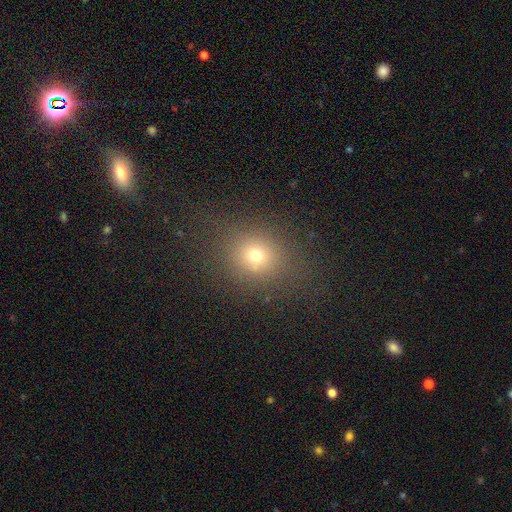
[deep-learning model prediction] A smooth galaxy with no disk features (70%) that is round (69%).

Vote fractions:
- Smooth or featured? smooth: 70% / star or artifact: 20% / featured or disk: 10%
- How rounded? round: 69% / in between: 30% / cigar-shaped: 1%
- Merging? none: 82% / minor disturbance: 11% / major disturbance: 6% / merger: 2%